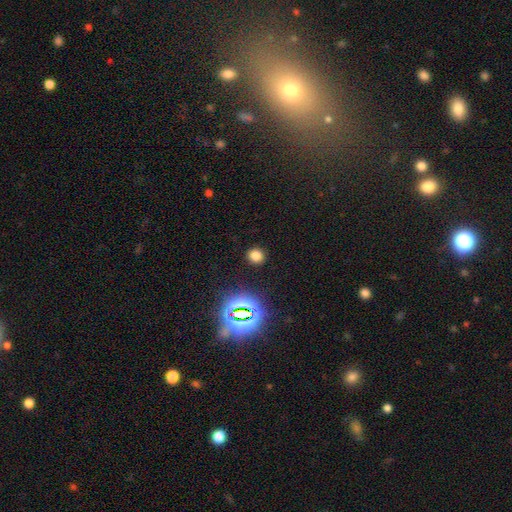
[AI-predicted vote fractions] This is likely a smooth galaxy (74%). How rounded: clearly round (81%). Merging: clearly none (90%).